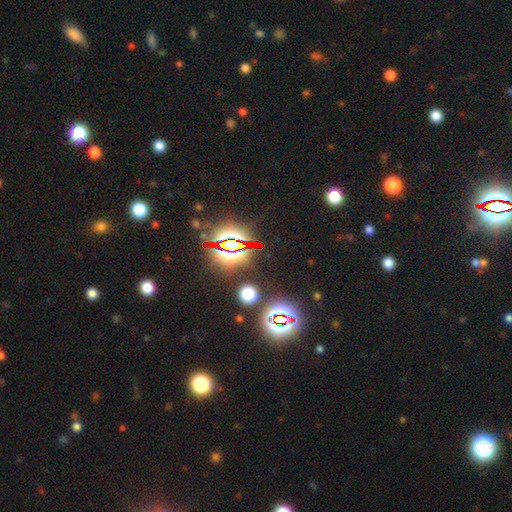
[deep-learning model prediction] smooth_or_featured: star or artifact (p=0.84) [alt: smooth p=0.09]